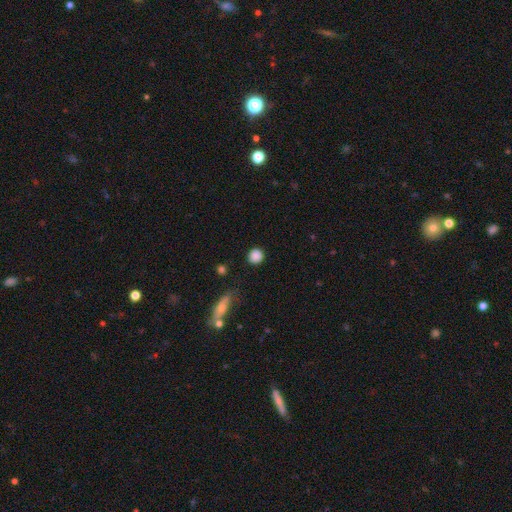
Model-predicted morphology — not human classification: Smooth or featured: smooth — 86% (star or artifact — 9%)
How rounded: round — 90% (in between — 9%)
Merging: none — 86% (minor disturbance — 8%)